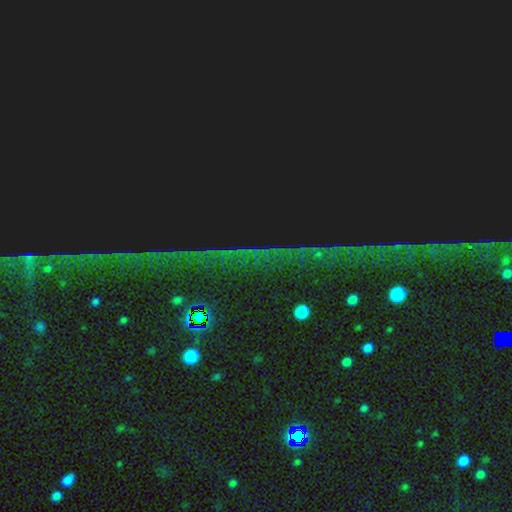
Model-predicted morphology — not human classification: star or artifact 87%, featured or disk 7%, smooth 6%.